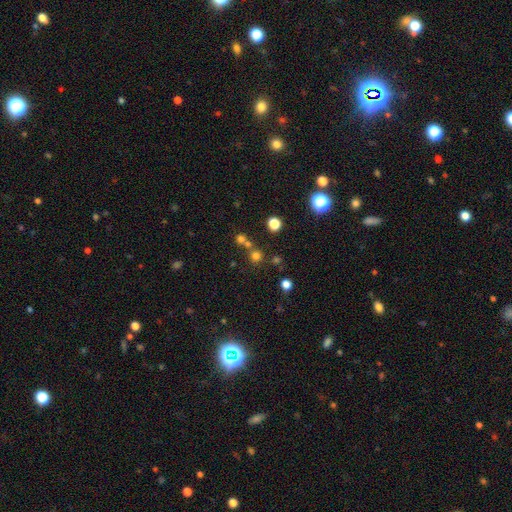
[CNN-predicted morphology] Smooth or featured? Predicted: smooth (p=0.67). How rounded? Predicted: round (p=0.91). Merging? Predicted: none (p=0.64).